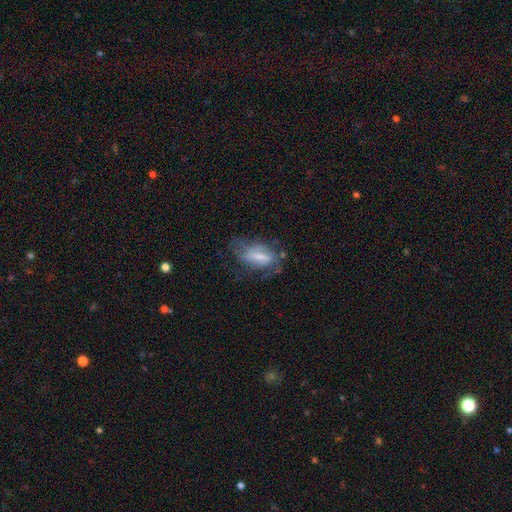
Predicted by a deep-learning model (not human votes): A featured or disk galaxy (56%). Merging: none (53%).